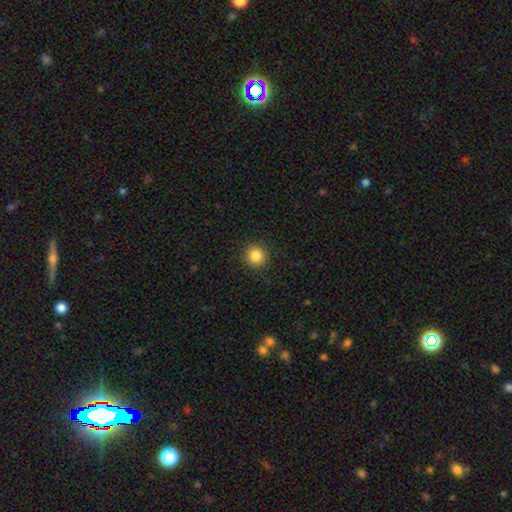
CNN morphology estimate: Smooth or featured? smooth (86%)
How rounded? round (91%)
Merging? none (91%)